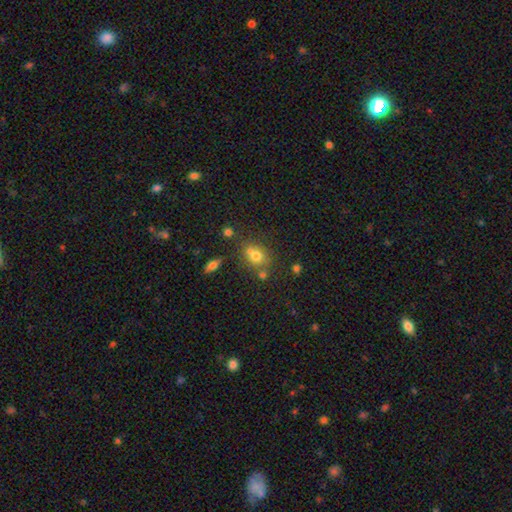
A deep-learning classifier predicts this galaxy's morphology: Overall: smooth (66%). How rounded: round (59%; in between 40%). Merging: none (57%; merger 26%).